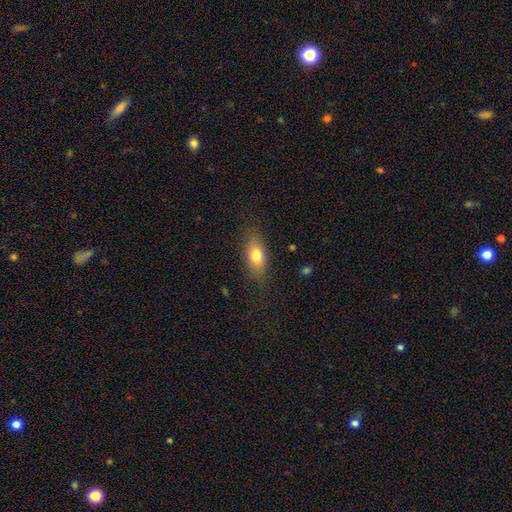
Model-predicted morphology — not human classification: smooth-or-featured: smooth: 76% | featured or disk: 15% | star or artifact: 8%
  how-rounded: in between: 82% | cigar-shaped: 9% | round: 9%
  merging: none: 81% | minor disturbance: 14% | major disturbance: 4% | merger: 1%